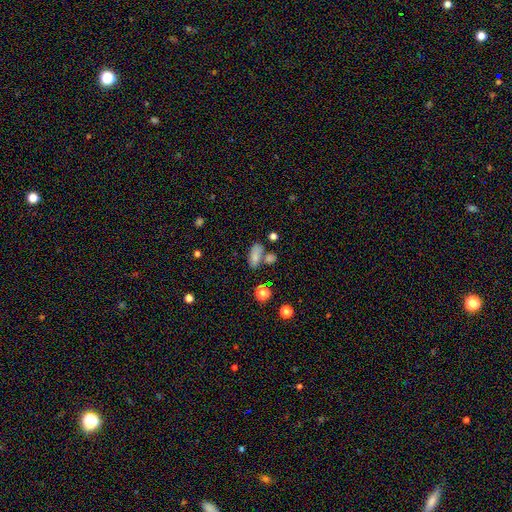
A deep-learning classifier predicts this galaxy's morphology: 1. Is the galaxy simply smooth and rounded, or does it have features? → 77% smooth, 12% featured or disk, 11% star or artifact.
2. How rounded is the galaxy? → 80% in between, 13% cigar-shaped, 8% round.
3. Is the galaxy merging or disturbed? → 51% none, 26% merger, 16% minor disturbance, 7% major disturbance.